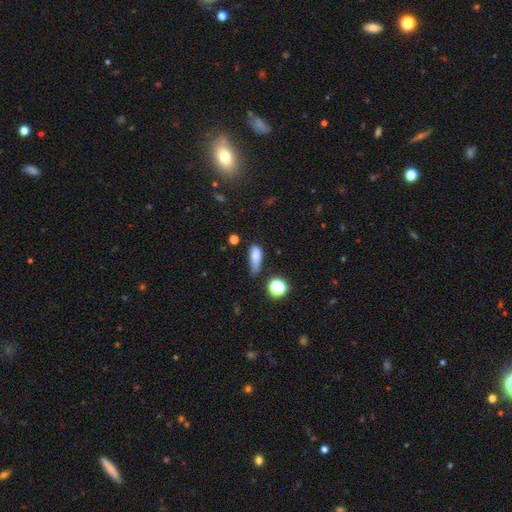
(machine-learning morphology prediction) smooth_or_featured: smooth (p=0.78) [alt: star or artifact p=0.12]
how_rounded: in between (p=0.63) [alt: cigar-shaped p=0.30]
merging: none (p=0.41) [alt: minor disturbance p=0.39]